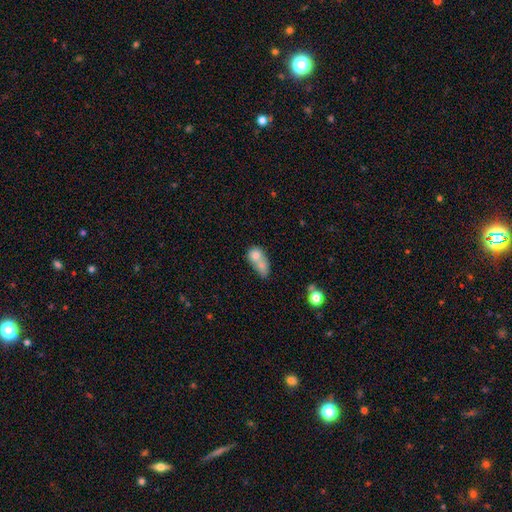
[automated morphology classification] Smooth or featured?
  - smooth: 72% *
  - featured or disk: 19%
  - star or artifact: 9%
How rounded?
  - in between: 53% *
  - round: 43%
  - cigar-shaped: 5%
Merging?
  - merger: 69% *
  - none: 18%
  - minor disturbance: 8%
  - major disturbance: 6%